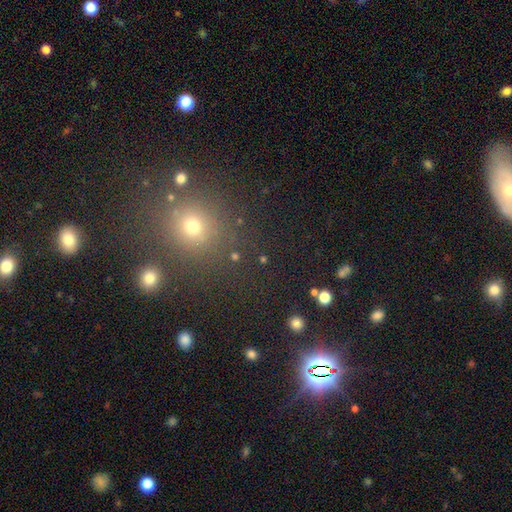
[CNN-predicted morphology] This appears to be a smooth galaxy with no disk features (49%). Merging: none (85%).